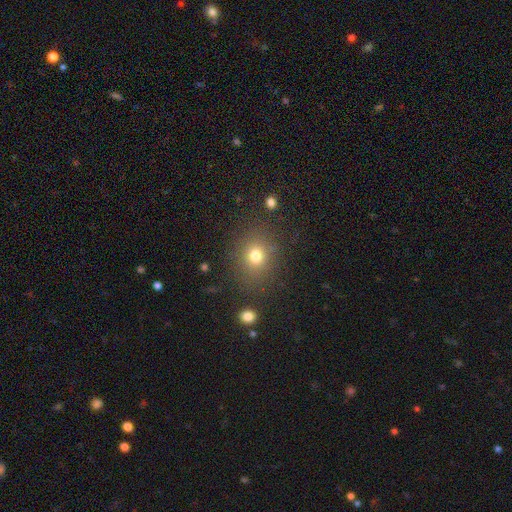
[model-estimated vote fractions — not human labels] Smooth or featured? smooth (76%)
How rounded? round (73%)
Merging? none (82%)